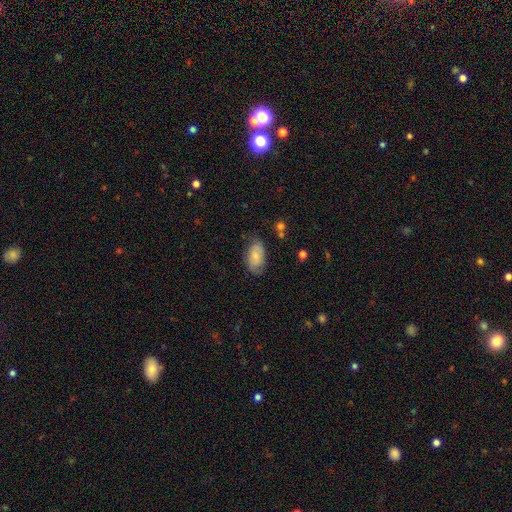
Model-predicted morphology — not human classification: smooth 73%, featured or disk 21%, star or artifact 7%. Down the decision tree: how rounded — in between (92%); merging — none (70%).